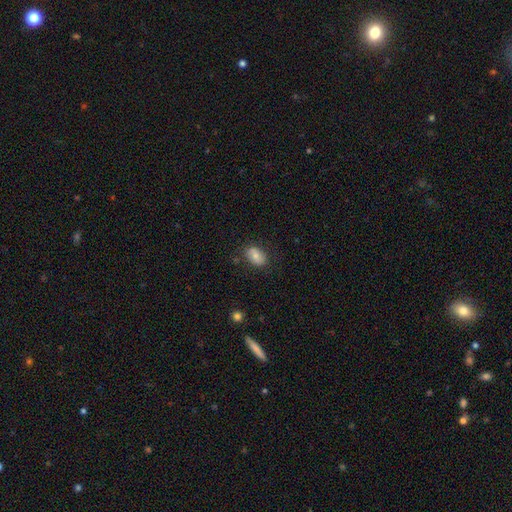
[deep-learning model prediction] Smooth or featured? smooth (77%)
How rounded? in between (86%)
Merging? none (79%)